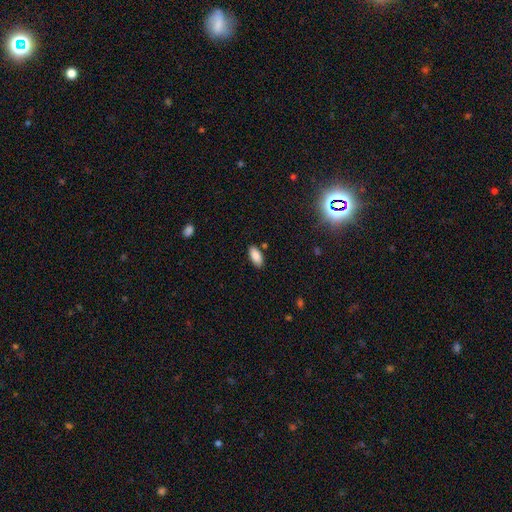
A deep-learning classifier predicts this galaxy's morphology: A smooth galaxy with no disk features (87%) that is in between round and cigar-shaped (89%). Merging: none (85%).